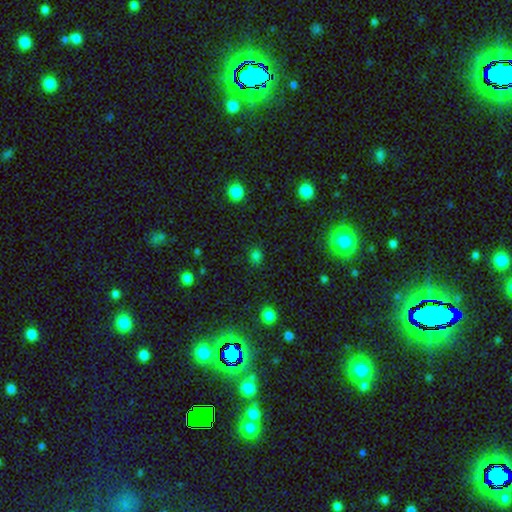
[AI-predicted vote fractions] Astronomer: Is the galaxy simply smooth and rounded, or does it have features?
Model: smooth — 74%.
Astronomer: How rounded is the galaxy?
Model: round — 77%.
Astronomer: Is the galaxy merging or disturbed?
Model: none — 86%.